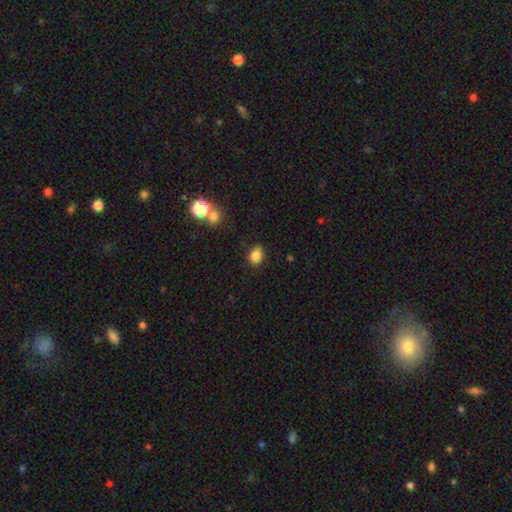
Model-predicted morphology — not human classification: Smooth or featured? Predicted: smooth (p=0.84). How rounded? Predicted: in between (p=0.62). Merging? Predicted: none (p=0.80).